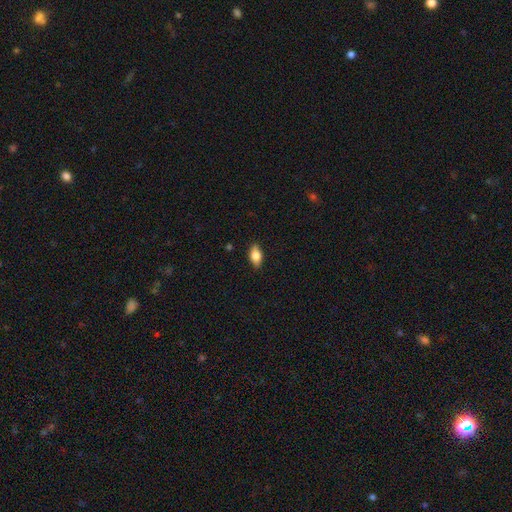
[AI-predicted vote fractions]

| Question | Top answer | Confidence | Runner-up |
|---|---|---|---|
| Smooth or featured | smooth | 73% | featured or disk (20%) |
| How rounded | in between | 86% | cigar-shaped (9%) |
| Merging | none | 87% | minor disturbance (10%) |